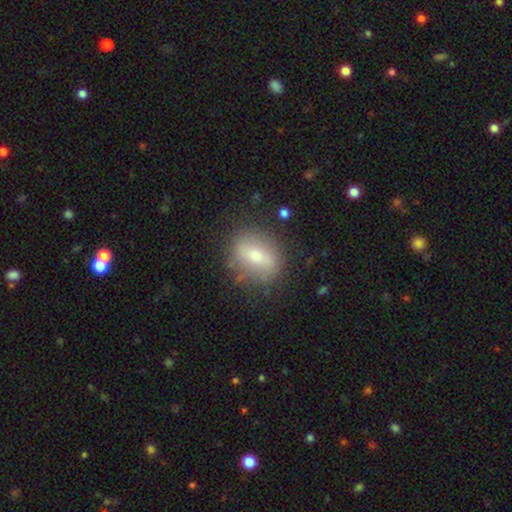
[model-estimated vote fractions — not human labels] The model was most divided on "how rounded": round: 49%, in between: 48%, cigar-shaped: 3%. More confident: merging — none (77%); smooth or featured — smooth (58%).